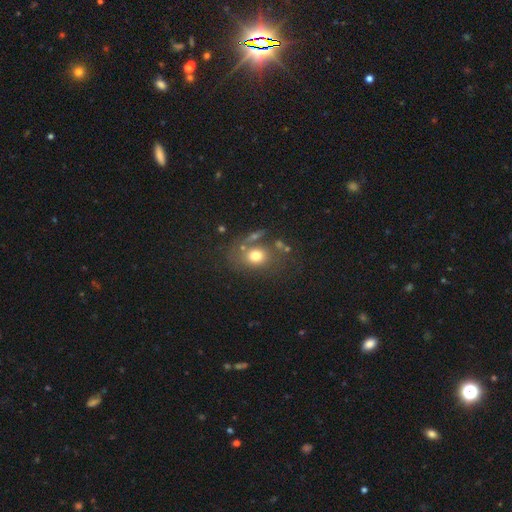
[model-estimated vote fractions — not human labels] A smooth galaxy with no disk features (71%) that is round (53%). Merging: none (58%).